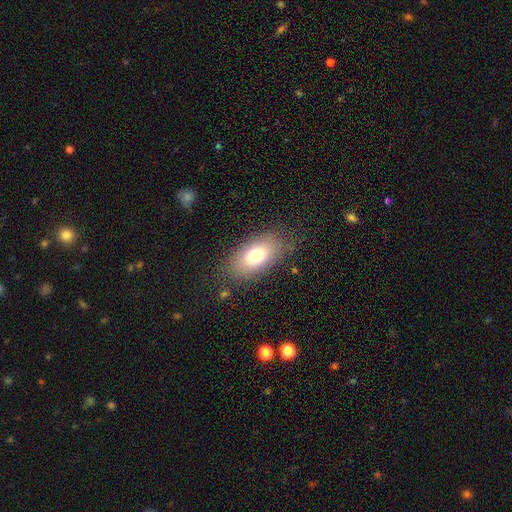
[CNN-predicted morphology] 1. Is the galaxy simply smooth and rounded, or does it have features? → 74% smooth, 16% featured or disk, 10% star or artifact.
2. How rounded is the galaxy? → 90% in between, 6% round, 4% cigar-shaped.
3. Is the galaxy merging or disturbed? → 81% none, 12% minor disturbance, 6% major disturbance, 1% merger.